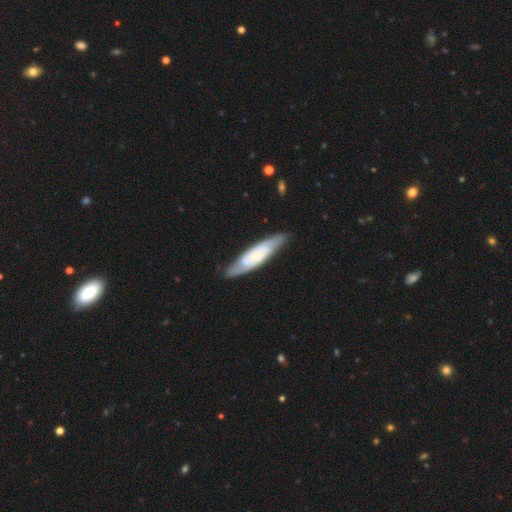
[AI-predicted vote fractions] A featured or disk galaxy (60%). Merging: none (79%).